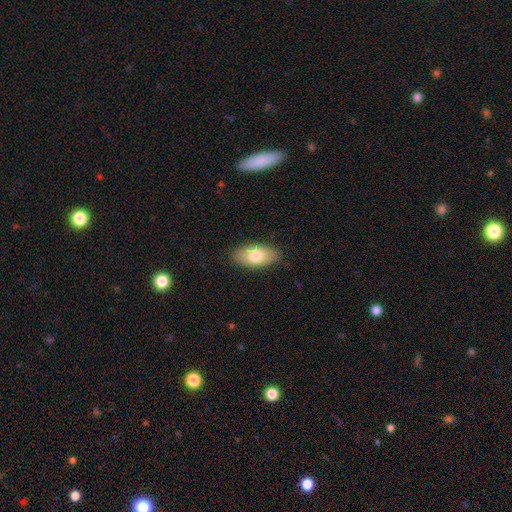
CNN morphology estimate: A smooth galaxy with no disk features (77%) that is in between round and cigar-shaped (92%). Merging: none (86%).